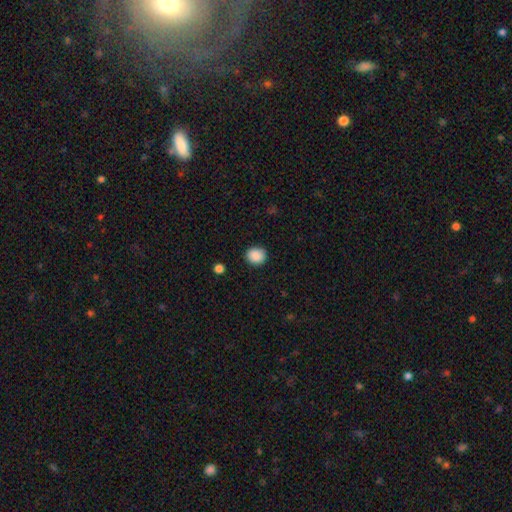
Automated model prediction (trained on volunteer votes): Smooth or featured? Predicted: smooth (p=0.88). How rounded? Predicted: round (p=0.76). Merging? Predicted: none (p=0.89).